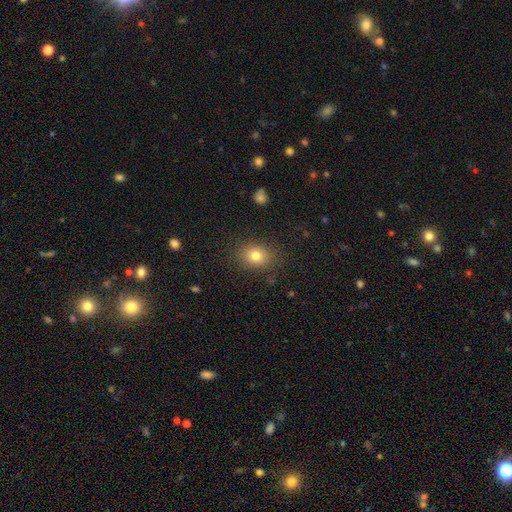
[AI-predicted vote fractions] Smooth or featured?
  - smooth: 79% *
  - star or artifact: 12%
  - featured or disk: 9%
How rounded?
  - in between: 51% *
  - round: 48%
  - cigar-shaped: 1%
Merging?
  - none: 84% *
  - minor disturbance: 10%
  - major disturbance: 4%
  - merger: 1%